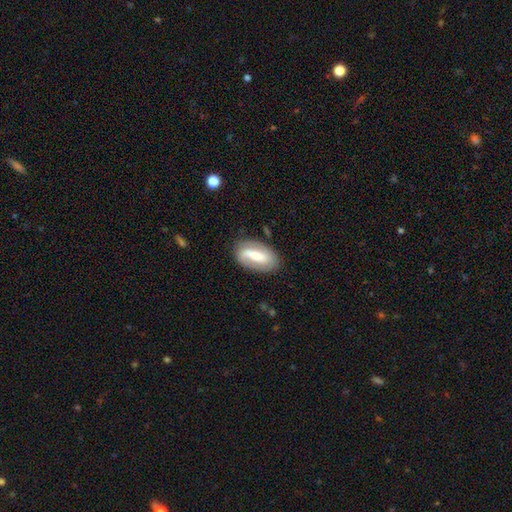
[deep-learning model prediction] Smooth or featured: featured or disk — 49% (smooth — 45%)
Merging: none — 77% (minor disturbance — 16%)